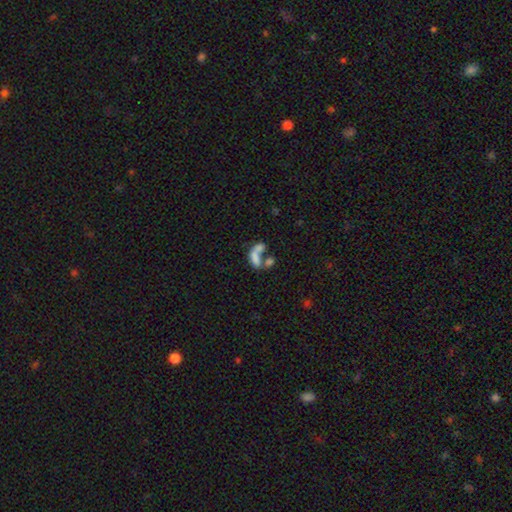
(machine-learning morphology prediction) Smooth or featured?
  - smooth: 63% *
  - featured or disk: 24%
  - star or artifact: 13%
How rounded?
  - in between: 83% *
  - cigar-shaped: 9%
  - round: 8%
Merging?
  - merger: 61% *
  - none: 18%
  - major disturbance: 14%
  - minor disturbance: 8%